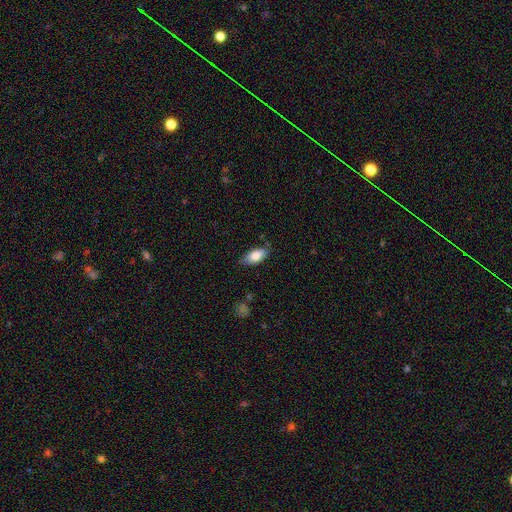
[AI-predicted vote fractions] Smooth or featured? smooth (81%)
How rounded? in between (90%)
Merging? none (76%)